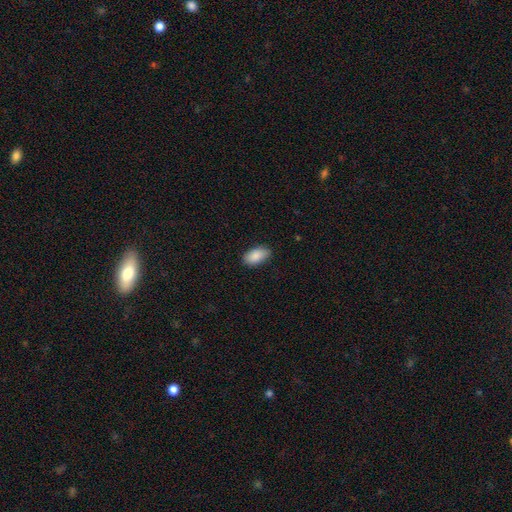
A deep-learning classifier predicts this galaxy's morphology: A smooth galaxy with no disk features (89%) that is in between round and cigar-shaped (94%).

Vote fractions:
- Smooth or featured? smooth: 89% / star or artifact: 6% / featured or disk: 5%
- How rounded? in between: 94% / round: 4% / cigar-shaped: 2%
- Merging? none: 84% / minor disturbance: 13% / major disturbance: 2% / merger: 1%